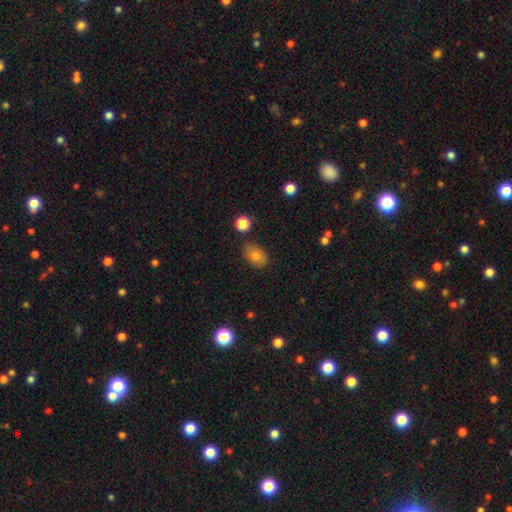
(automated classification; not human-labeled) Morphology: type=smooth (80%); roundness=in between (83%); merging=none (82%).